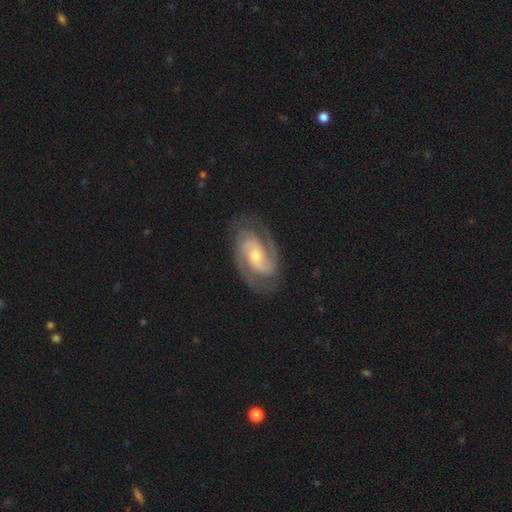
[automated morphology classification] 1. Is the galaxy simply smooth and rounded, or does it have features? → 91% featured or disk, 5% smooth, 4% star or artifact.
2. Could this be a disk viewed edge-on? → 97% no, 3% yes.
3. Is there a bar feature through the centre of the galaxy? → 48% no, 38% weak, 14% strong.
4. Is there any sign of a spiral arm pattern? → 98% yes, 2% no.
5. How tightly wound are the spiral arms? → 47% medium, 46% tight, 8% loose.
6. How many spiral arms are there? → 80% 2, 10% 3, 4% can't tell, 2% 4, 2% 1, 2% more than 4.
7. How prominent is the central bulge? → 54% moderate, 41% small, 3% large, 1% none, 1% dominant.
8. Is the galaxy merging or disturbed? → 81% none, 14% minor disturbance, 4% major disturbance, 1% merger.